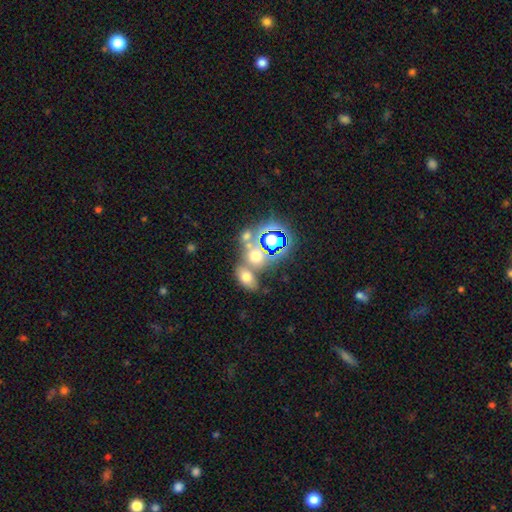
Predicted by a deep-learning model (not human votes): A smooth galaxy with no disk features (51%) that is round (49%). Merging: none (43%).